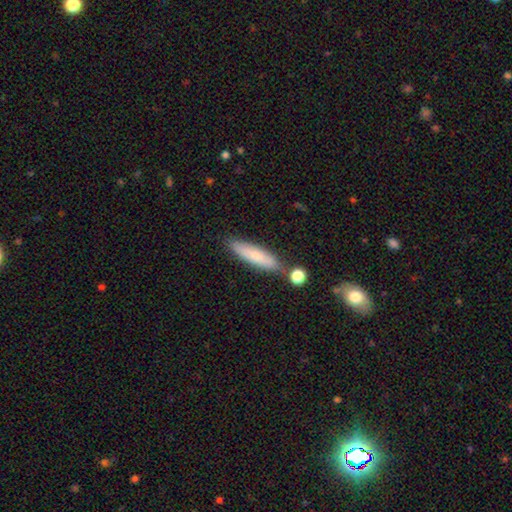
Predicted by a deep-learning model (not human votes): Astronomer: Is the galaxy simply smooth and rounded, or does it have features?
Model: smooth — 70%.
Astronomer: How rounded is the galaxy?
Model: cigar-shaped — 76%.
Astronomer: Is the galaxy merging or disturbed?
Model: none — 75%.